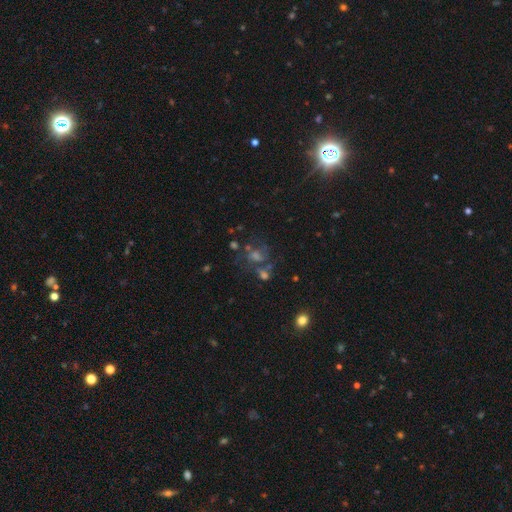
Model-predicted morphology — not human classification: Smooth or featured? Predicted: featured or disk (p=0.45). Merging? Predicted: none (p=0.47).